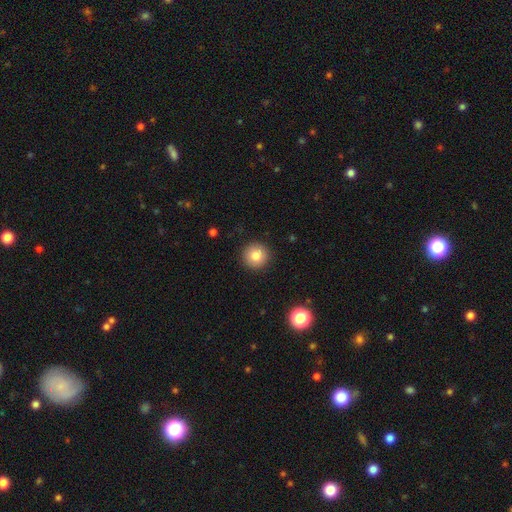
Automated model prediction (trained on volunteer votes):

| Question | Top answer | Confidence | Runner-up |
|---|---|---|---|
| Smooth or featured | smooth | 81% | star or artifact (10%) |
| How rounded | round | 96% | in between (3%) |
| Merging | none | 92% | minor disturbance (5%) |